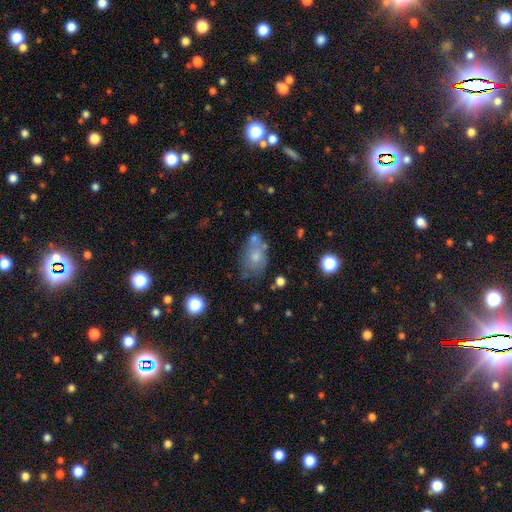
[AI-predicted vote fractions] Morphology: type=smooth (67%); roundness=in between (79%); merging=none (46%).